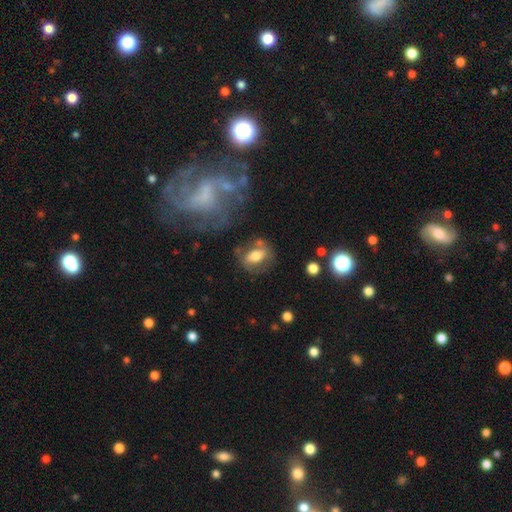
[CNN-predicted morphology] Smooth or featured? Predicted: smooth (p=0.57). How rounded? Predicted: in between (p=0.72). Merging? Predicted: none (p=0.66).